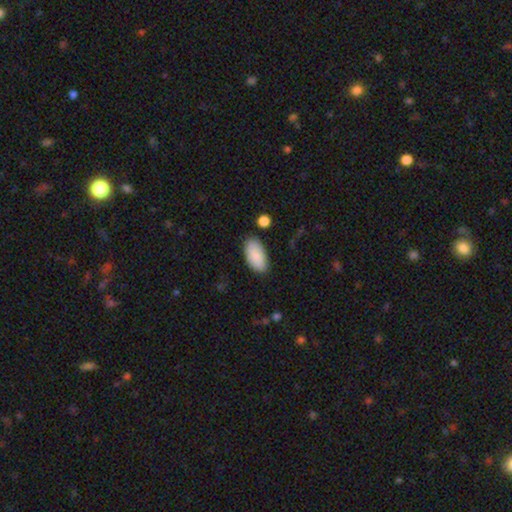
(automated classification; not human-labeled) smooth-or-featured: smooth: 89% | star or artifact: 6% | featured or disk: 5%
  how-rounded: in between: 94% | cigar-shaped: 3% | round: 2%
  merging: none: 82% | minor disturbance: 12% | major disturbance: 3% | merger: 2%